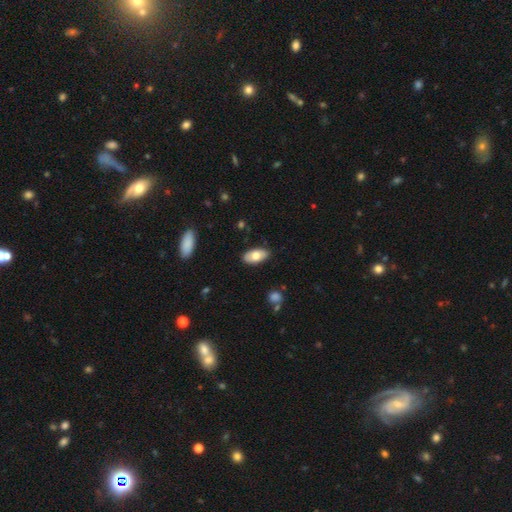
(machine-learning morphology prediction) Q: Smooth or featured?
A: smooth (72%); runner-up: featured or disk (22%)
Q: How rounded?
A: in between (93%); runner-up: cigar-shaped (4%)
Q: Merging?
A: none (86%); runner-up: minor disturbance (11%)